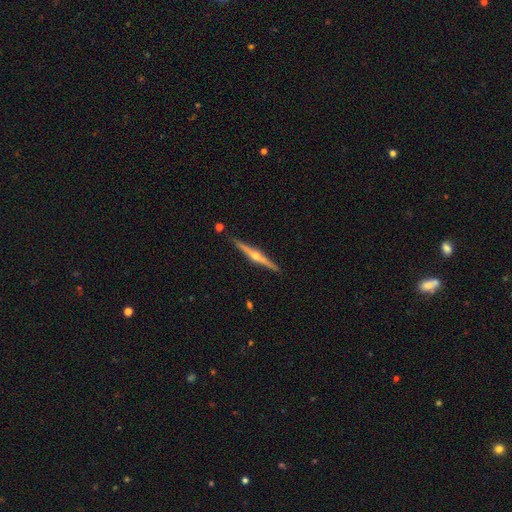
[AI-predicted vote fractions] Smooth or featured? featured or disk (84%)
Edge-on disk? yes (98%)
Edge-on bulge? rounded (94%)
Merging? none (90%)